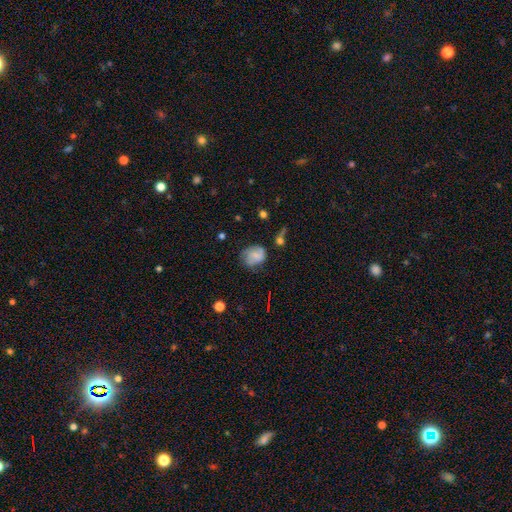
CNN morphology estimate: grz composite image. It shows a smooth galaxy with no disk features (59%) that is round (57%). Merging: none (50%).